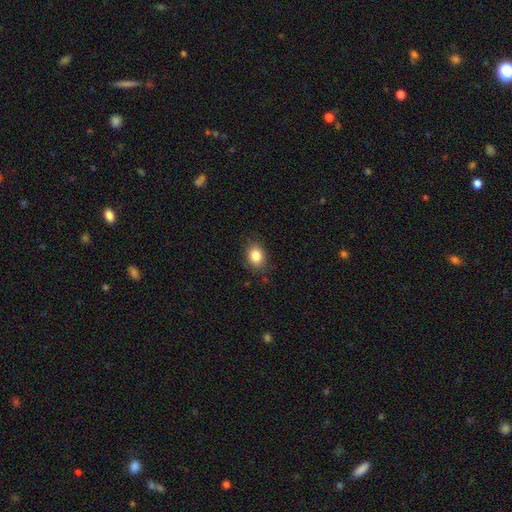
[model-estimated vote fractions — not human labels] Smooth or featured? smooth (85%)
How rounded? in between (63%)
Merging? none (84%)